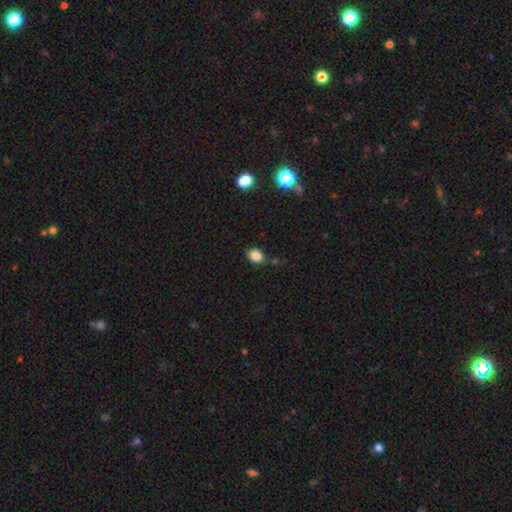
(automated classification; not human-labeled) This appears to be a smooth galaxy with no disk features (84%) that is in between round and cigar-shaped (53%). Merging: none (72%).